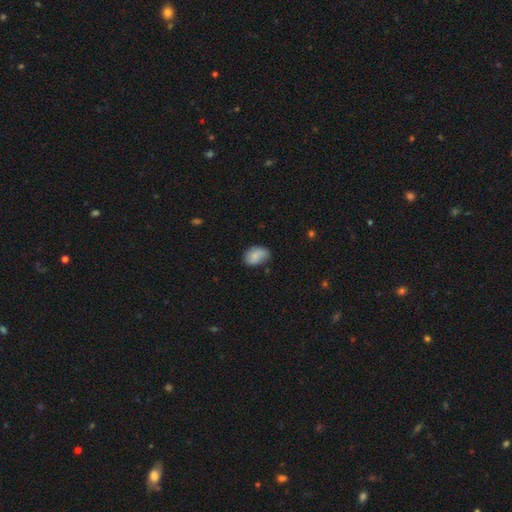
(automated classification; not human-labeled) Q: Smooth or featured?
A: smooth (80%); runner-up: featured or disk (13%)
Q: How rounded?
A: in between (84%); runner-up: round (15%)
Q: Merging?
A: none (65%); runner-up: minor disturbance (28%)